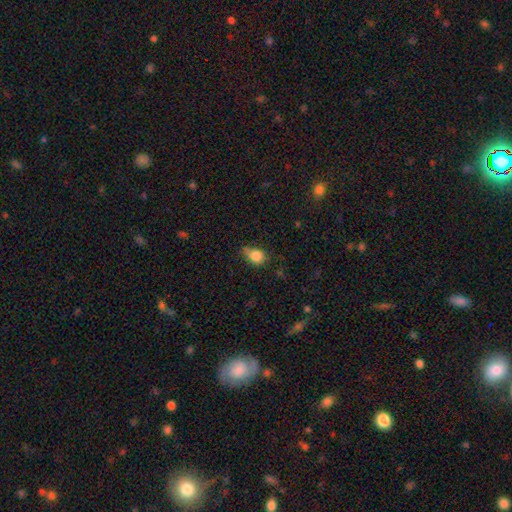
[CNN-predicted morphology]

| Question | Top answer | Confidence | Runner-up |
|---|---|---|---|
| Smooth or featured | smooth | 83% | star or artifact (10%) |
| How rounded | in between | 49% | tied: round (49%) |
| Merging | none | 51% | minor disturbance (35%) |